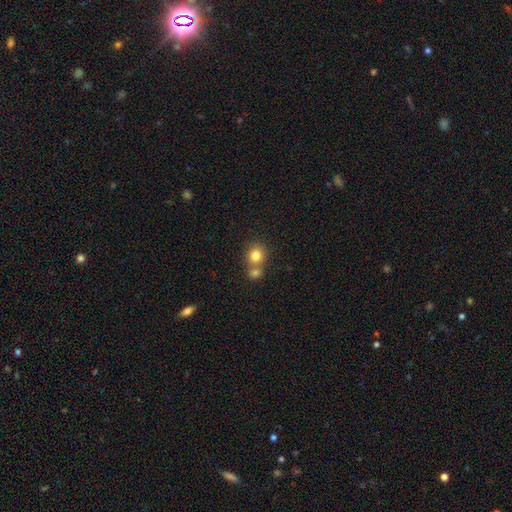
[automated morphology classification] A smooth galaxy with no disk features (81%) that is round (83%). Merging: none (50%).